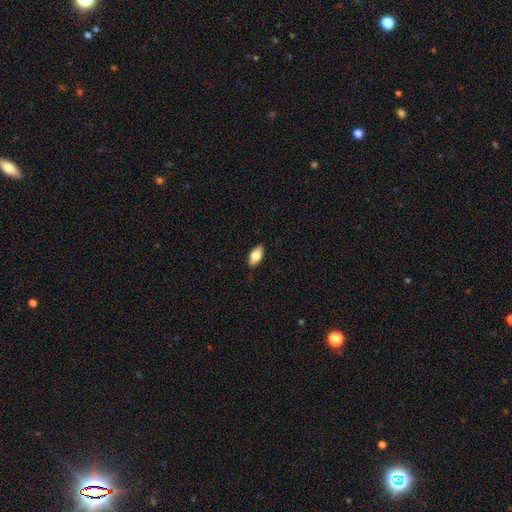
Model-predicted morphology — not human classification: Q: Smooth or featured?
A: smooth (73%); runner-up: featured or disk (20%)
Q: How rounded?
A: in between (88%); runner-up: cigar-shaped (8%)
Q: Merging?
A: none (85%); runner-up: minor disturbance (12%)